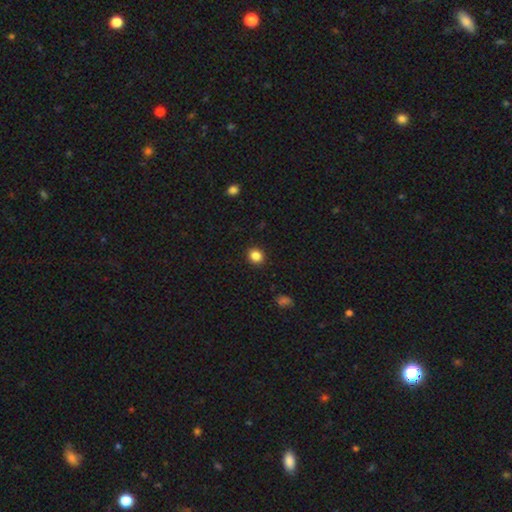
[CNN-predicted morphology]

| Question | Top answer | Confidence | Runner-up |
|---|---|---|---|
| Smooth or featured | smooth | 85% | star or artifact (11%) |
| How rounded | round | 75% | in between (24%) |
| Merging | none | 91% | minor disturbance (6%) |